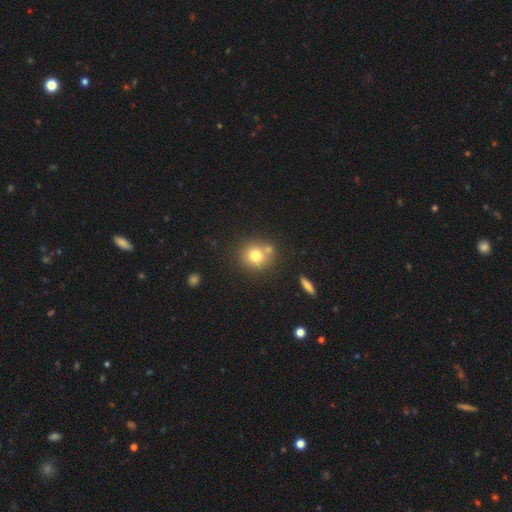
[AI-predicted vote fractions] Smooth or featured?
  - smooth: 75% *
  - featured or disk: 13%
  - star or artifact: 12%
How rounded?
  - round: 87% *
  - in between: 12%
  - cigar-shaped: 1%
Merging?
  - none: 62% *
  - merger: 24%
  - minor disturbance: 11%
  - major disturbance: 4%